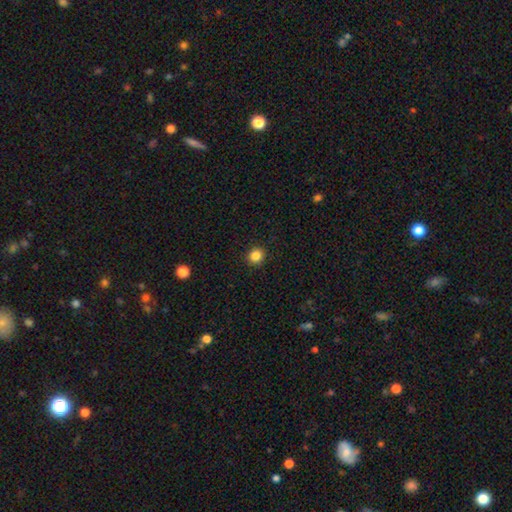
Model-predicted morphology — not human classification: This is clearly a smooth galaxy (85%). How rounded: clearly round (90%). Merging: clearly none (92%).